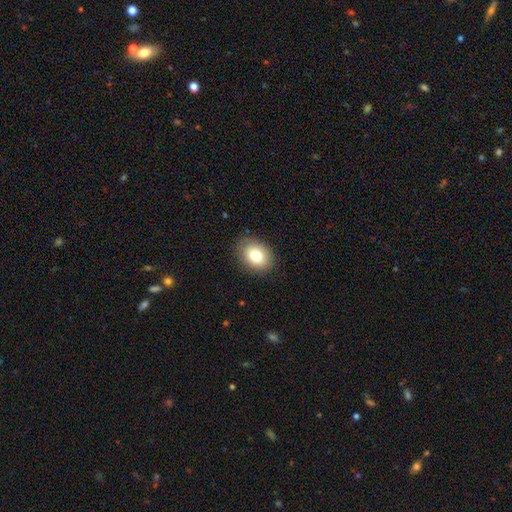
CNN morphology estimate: smooth-or-featured: smooth: 80% | featured or disk: 11% | star or artifact: 9%
  how-rounded: in between: 70% | round: 29% | cigar-shaped: 1%
  merging: none: 86% | minor disturbance: 11% | major disturbance: 3% | merger: 1%